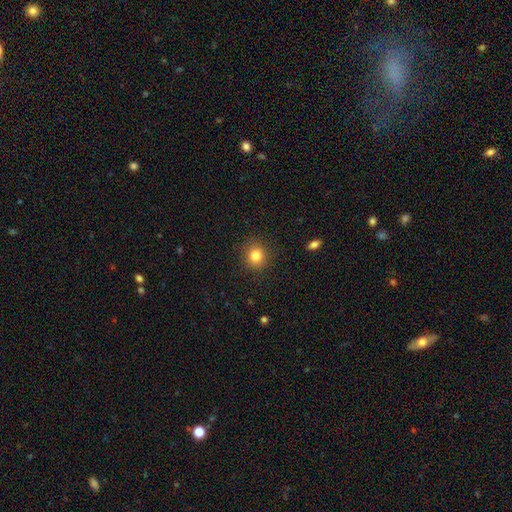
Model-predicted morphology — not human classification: Smooth or featured: smooth — 83% (star or artifact — 11%)
How rounded: round — 87% (in between — 12%)
Merging: none — 90% (minor disturbance — 7%)